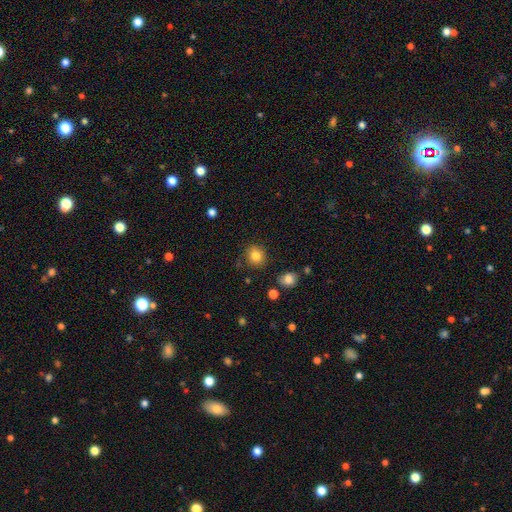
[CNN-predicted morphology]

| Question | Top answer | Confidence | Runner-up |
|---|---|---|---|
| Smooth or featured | smooth | 84% | star or artifact (11%) |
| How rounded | round | 88% | in between (11%) |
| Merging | none | 84% | minor disturbance (10%) |